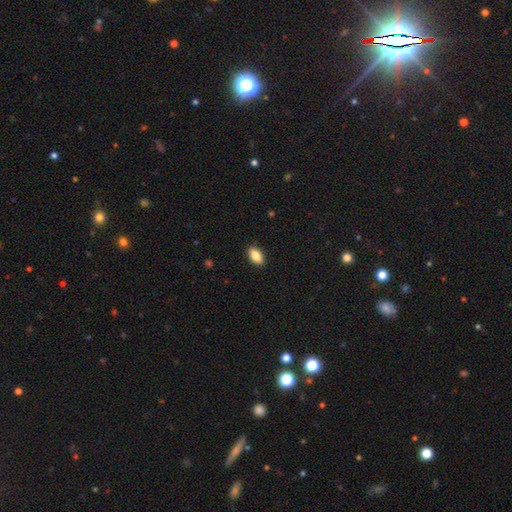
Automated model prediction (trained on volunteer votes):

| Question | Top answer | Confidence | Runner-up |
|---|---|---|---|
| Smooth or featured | smooth | 85% | featured or disk (7%) |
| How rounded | in between | 92% | round (5%) |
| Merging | none | 89% | minor disturbance (8%) |